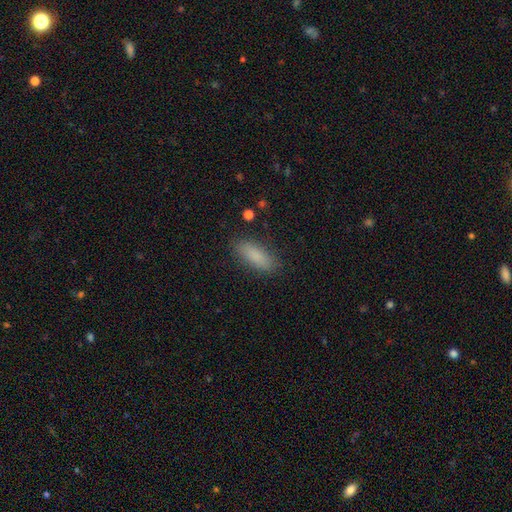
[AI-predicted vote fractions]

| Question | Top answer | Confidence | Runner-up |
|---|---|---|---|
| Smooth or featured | smooth | 86% | star or artifact (8%) |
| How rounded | in between | 65% | cigar-shaped (33%) |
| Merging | none | 87% | minor disturbance (9%) |